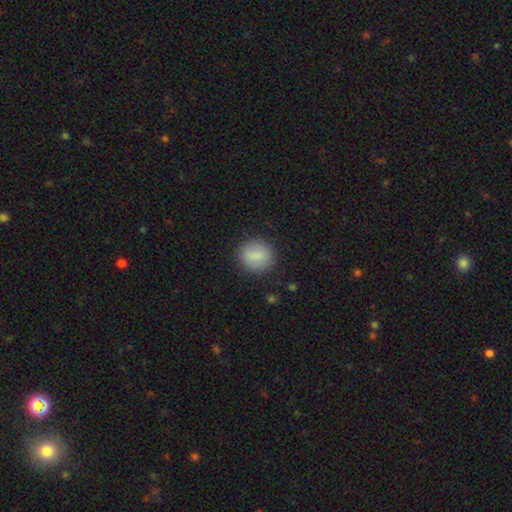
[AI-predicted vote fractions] Smooth or featured: smooth — 84% (featured or disk — 8%)
How rounded: round — 80% (in between — 19%)
Merging: none — 86% (minor disturbance — 10%)